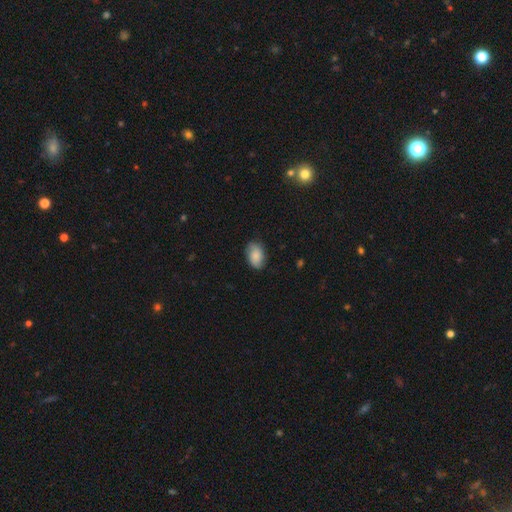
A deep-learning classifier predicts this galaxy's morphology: This is likely a smooth galaxy (79%). How rounded: clearly in between (86%). Merging: likely none (79%).